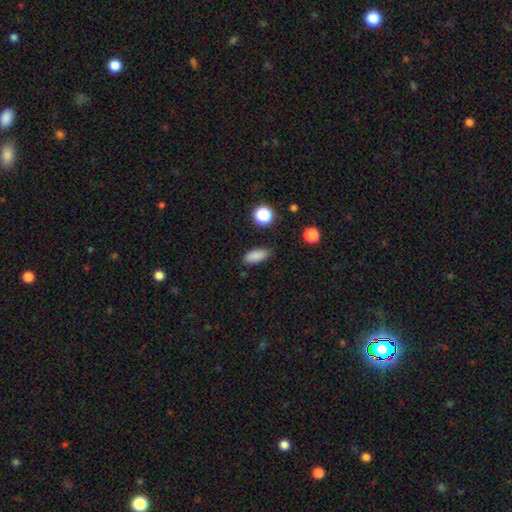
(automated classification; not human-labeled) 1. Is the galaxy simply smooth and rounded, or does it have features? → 85% smooth, 10% star or artifact, 5% featured or disk.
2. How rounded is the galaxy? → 83% in between, 11% cigar-shaped, 6% round.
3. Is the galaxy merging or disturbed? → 84% none, 12% minor disturbance, 3% major disturbance, 2% merger.